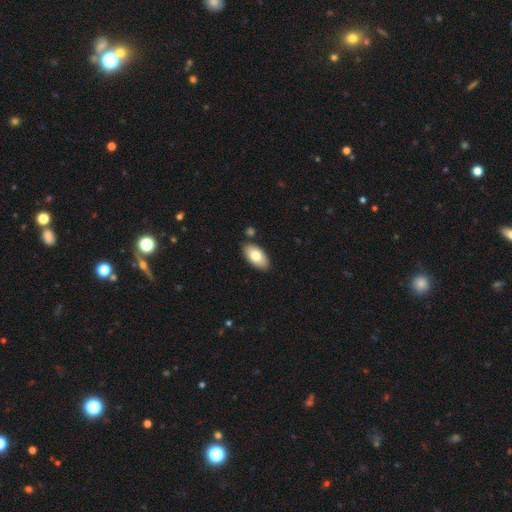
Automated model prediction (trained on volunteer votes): Smooth or featured? Predicted: smooth (p=0.77). How rounded? Predicted: in between (p=0.95). Merging? Predicted: none (p=0.84).